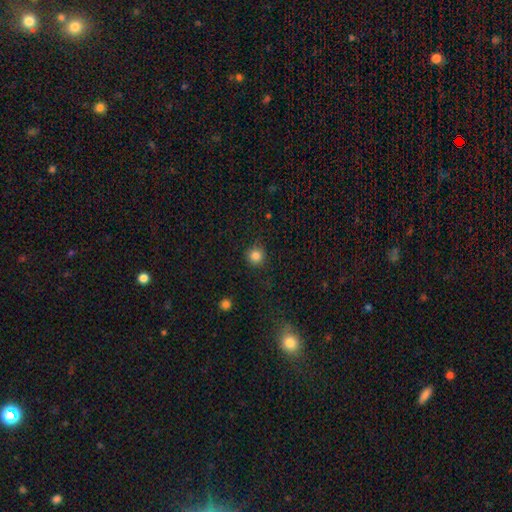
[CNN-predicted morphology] smooth_or_featured: smooth (p=0.84) [alt: star or artifact p=0.11]
how_rounded: round (p=0.93) [alt: in between p=0.06]
merging: none (p=0.88) [alt: minor disturbance p=0.08]